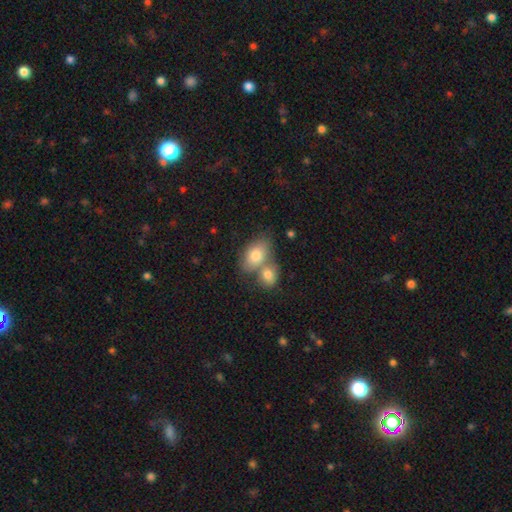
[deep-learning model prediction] Smooth or featured? smooth (77%)
How rounded? in between (82%)
Merging? merger (54%)